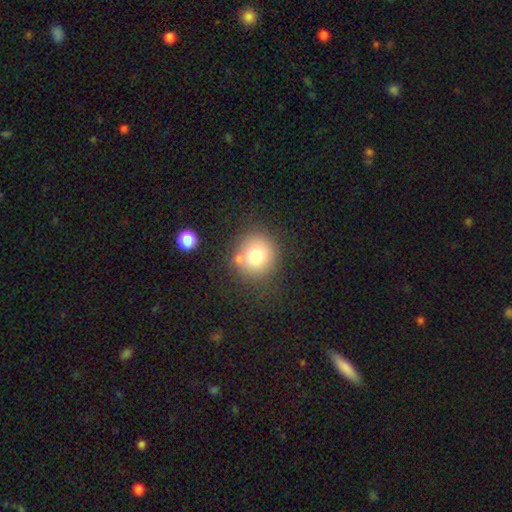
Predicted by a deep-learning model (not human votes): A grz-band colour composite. It shows a smooth galaxy with no disk features (77%) that is round (91%). Merging: none (73%).